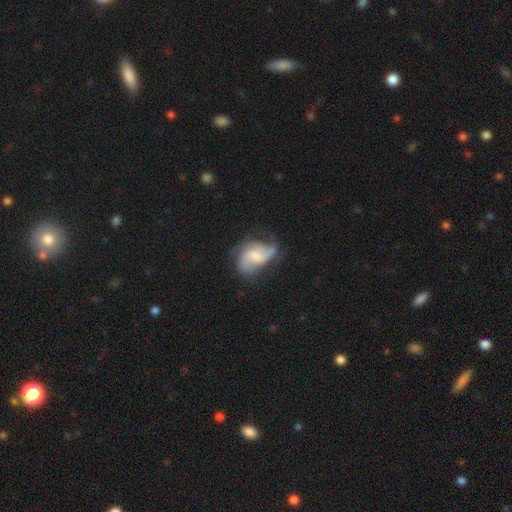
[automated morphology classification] This is likely a featured or disk galaxy (72%). It is clearly not viewed edge-on (98%). Bar: possibly no (48%). Spiral arm pattern: clearly yes (92%). Spiral arm count: likely 2 (62%). Spiral winding: possibly loose (46%). Central bulge: marginally small (29%, tied with none and moderate). Merging: possibly none (48%).